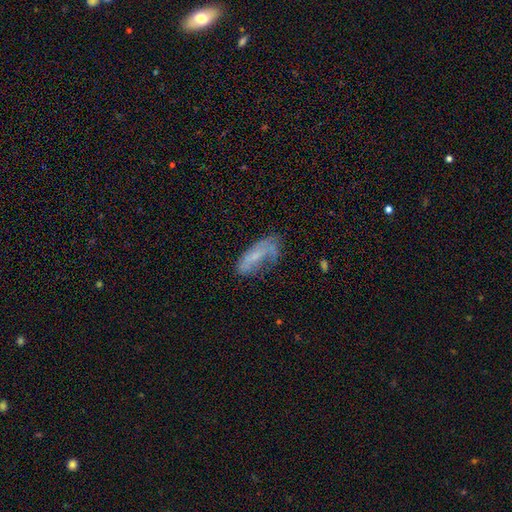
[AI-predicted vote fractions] This is possibly a smooth galaxy (45%, tied with featured or disk). Merging: marginally none (43%).